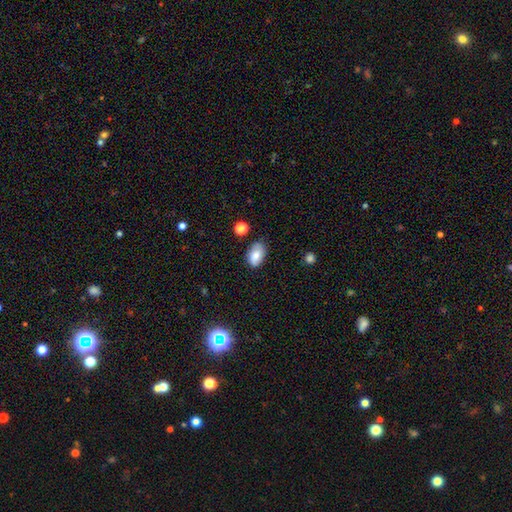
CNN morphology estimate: A smooth galaxy with no disk features (74%) that is in between round and cigar-shaped (90%). Merging: none (74%).